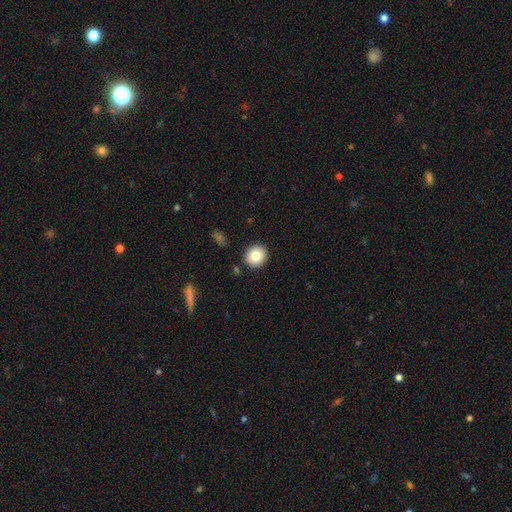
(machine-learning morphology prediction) A smooth galaxy with no disk features (82%) that is round (85%). Merging: none (90%).